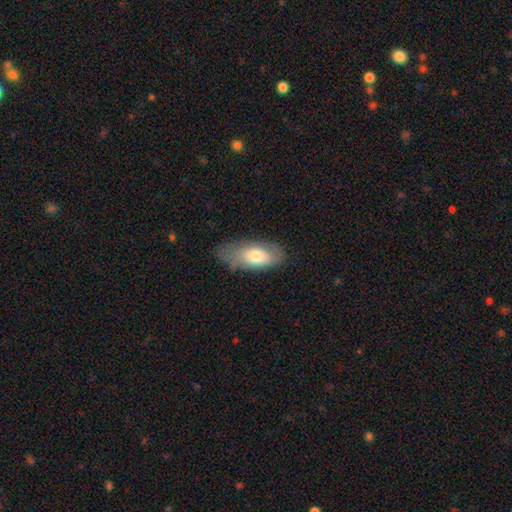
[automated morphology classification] This is likely a smooth galaxy (69%). How rounded: clearly in between (88%). Merging: possibly none (59%).